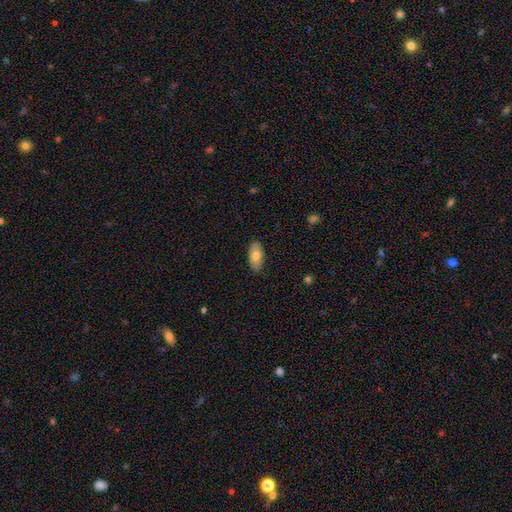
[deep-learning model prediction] This is likely a smooth galaxy (76%). How rounded: clearly in between (91%). Merging: clearly none (87%).